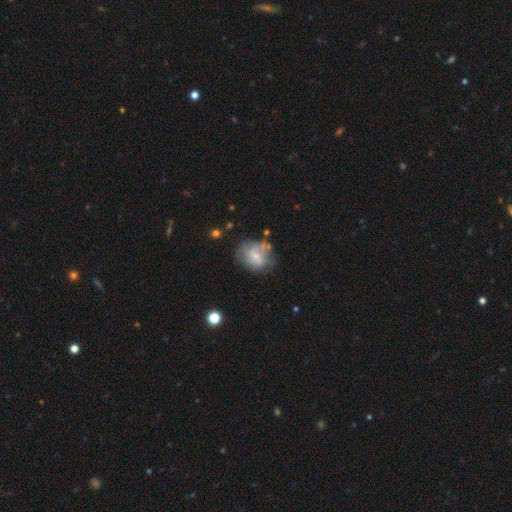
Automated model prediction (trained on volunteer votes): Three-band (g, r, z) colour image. It shows a featured or disk galaxy (48%). Merging: none (53%).